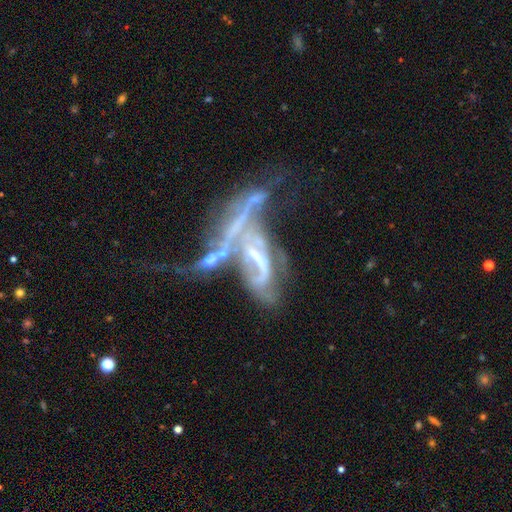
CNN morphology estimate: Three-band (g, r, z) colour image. It shows a featured or disk galaxy (77%) with no bar (54%), spiral arms (65%) and a small central bulge (45%). Merging: merger (59%).